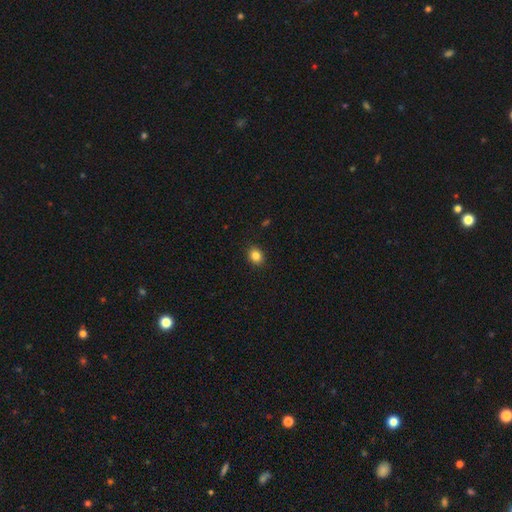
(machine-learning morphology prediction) Overall: smooth (85%). How rounded: round (54%; in between 45%). Merging: none (90%).